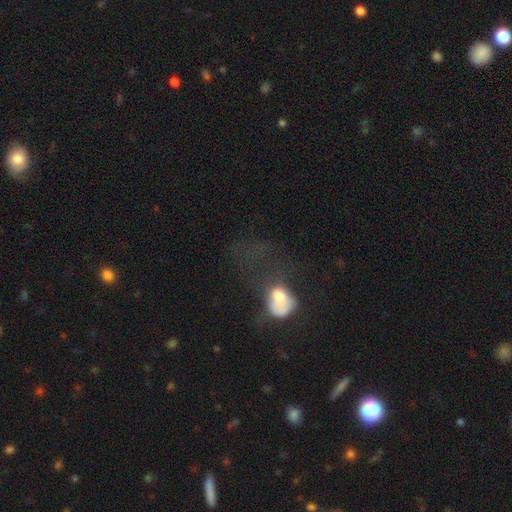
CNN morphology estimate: This appears to be a smooth galaxy with no disk features (41%). Merging: major disturbance (39%).